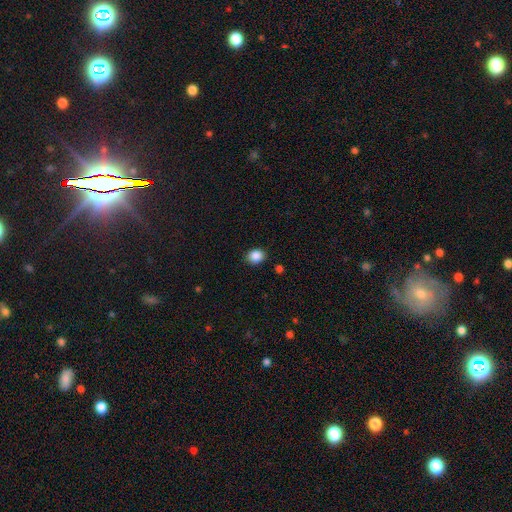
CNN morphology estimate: type=smooth (88%); roundness=round (54%); merging=none (86%).